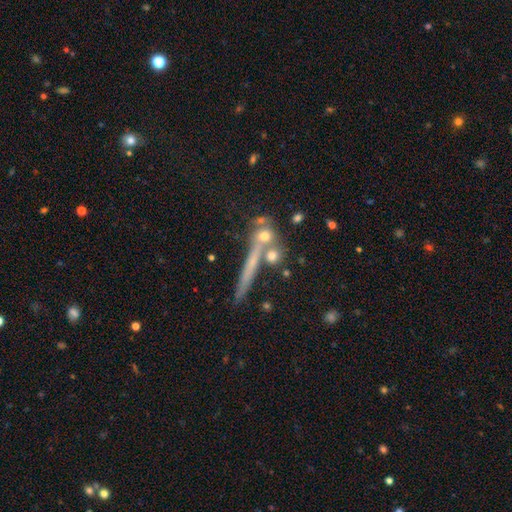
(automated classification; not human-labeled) Morphology: type=featured or disk (49%); merging=none (61%).